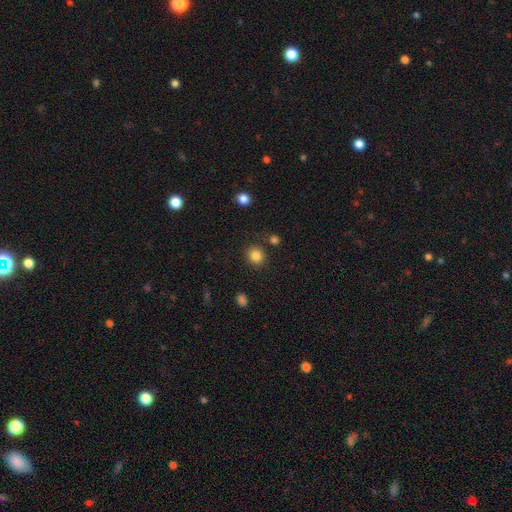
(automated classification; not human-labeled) Q: Smooth or featured?
A: smooth (85%); runner-up: star or artifact (11%)
Q: How rounded?
A: round (84%); runner-up: in between (15%)
Q: Merging?
A: none (85%); runner-up: minor disturbance (8%)